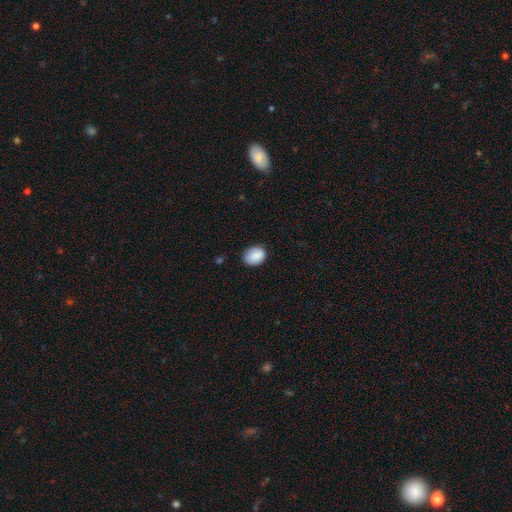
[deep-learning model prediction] The model was most divided on "how rounded": in between: 68%, round: 31%, cigar-shaped: 1%. More confident: smooth or featured — smooth (89%); merging — none (78%).